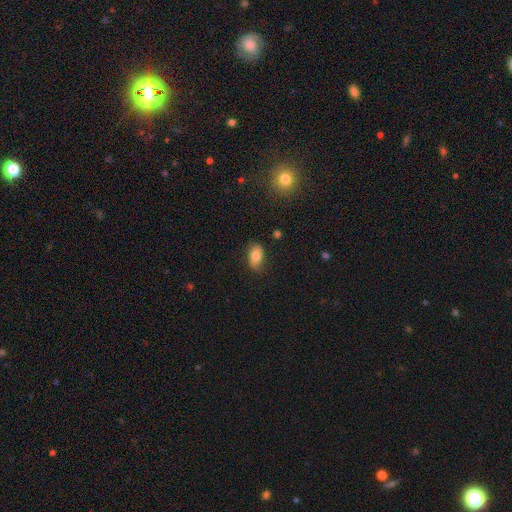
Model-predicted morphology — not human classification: Smooth or featured?
  - smooth: 77% *
  - featured or disk: 15%
  - star or artifact: 9%
How rounded?
  - in between: 91% *
  - round: 7%
  - cigar-shaped: 2%
Merging?
  - none: 71% *
  - minor disturbance: 22%
  - major disturbance: 5%
  - merger: 2%